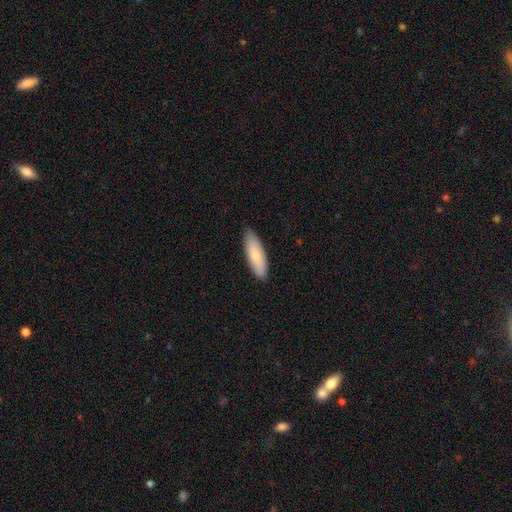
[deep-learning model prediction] The model was most divided on "how rounded": in between: 50%, cigar-shaped: 48%, round: 2%. More confident: merging — none (87%); smooth or featured — smooth (78%).